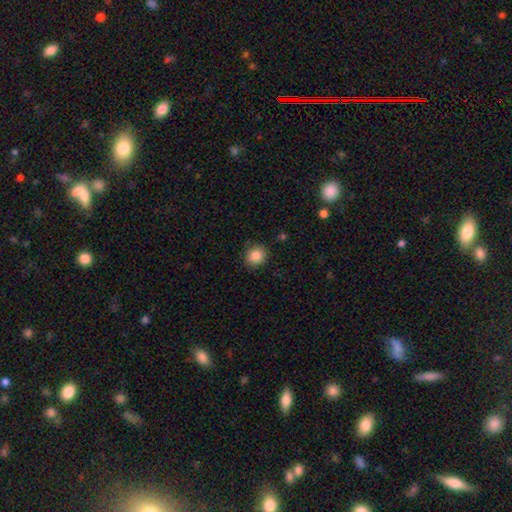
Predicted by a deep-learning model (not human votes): The model was most divided on "how rounded": round: 84%, in between: 16%, cigar-shaped: 1%. More confident: merging — none (87%); smooth or featured — smooth (86%).